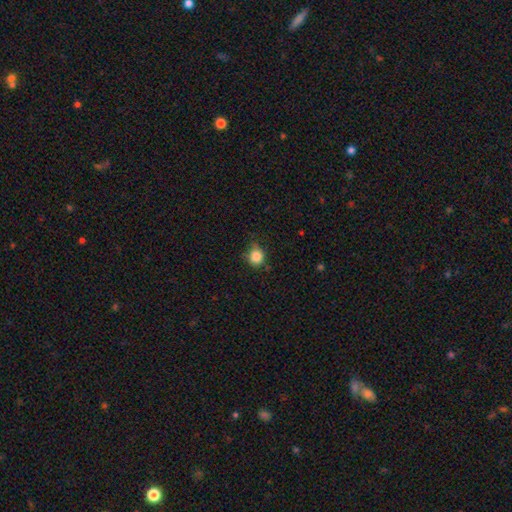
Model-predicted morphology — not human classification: smooth 85%, star or artifact 11%, featured or disk 4%. Down the decision tree: how rounded — round (84%); merging — none (71%).